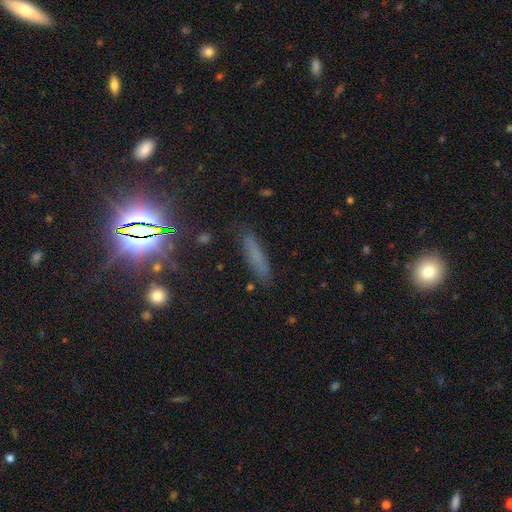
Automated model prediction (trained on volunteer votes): Smooth or featured? Predicted: smooth (p=0.57). How rounded? Predicted: cigar-shaped (p=0.82). Merging? Predicted: none (p=0.82).